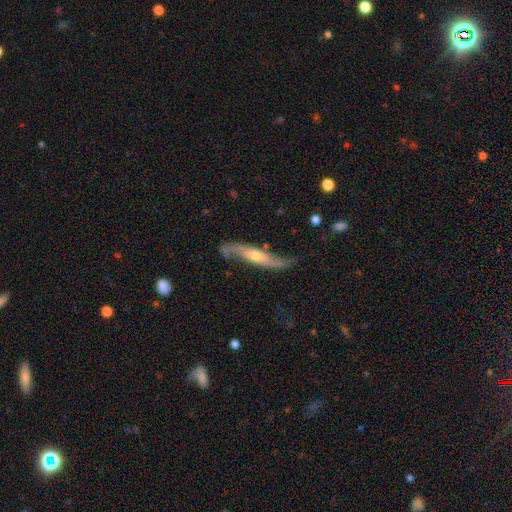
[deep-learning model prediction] Q: Smooth or featured?
A: featured or disk (79%); runner-up: smooth (16%)
Q: Edge-on disk?
A: no (66%); runner-up: yes (34%)
Q: Bar?
A: no (56%); runner-up: weak (28%)
Q: Spiral arms?
A: yes (92%); runner-up: no (8%)
Q: Bulge size?
A: moderate (51%); runner-up: small (43%)
Q: Merging?
A: none (64%); runner-up: minor disturbance (23%)